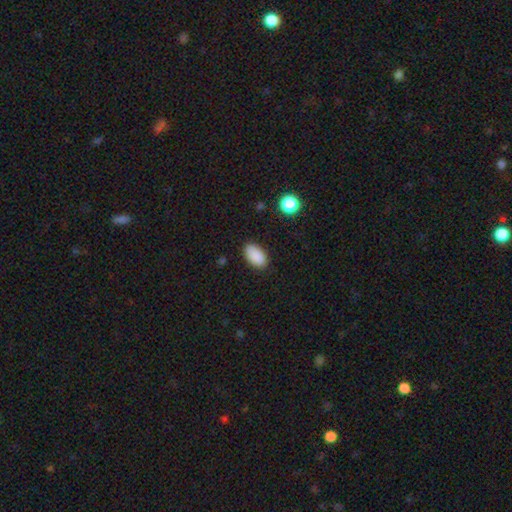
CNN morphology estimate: Smooth or featured? Predicted: smooth (p=0.89). How rounded? Predicted: in between (p=0.94). Merging? Predicted: none (p=0.85).